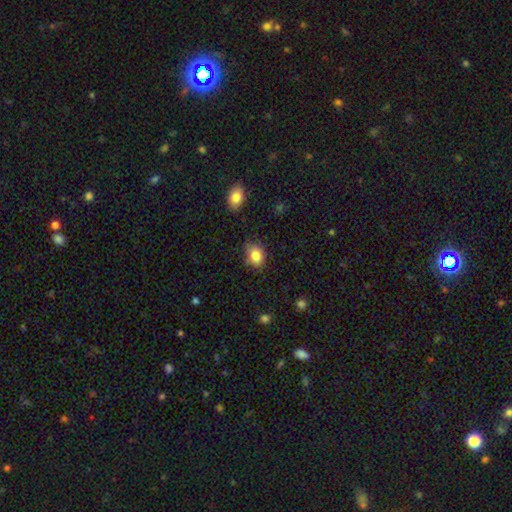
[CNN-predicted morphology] Smooth or featured? smooth (84%)
How rounded? in between (65%)
Merging? none (73%)